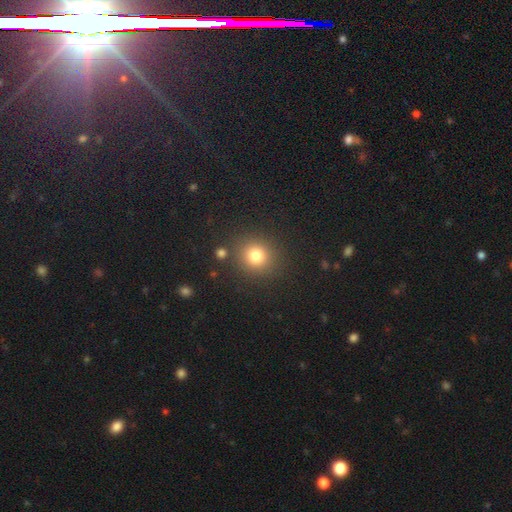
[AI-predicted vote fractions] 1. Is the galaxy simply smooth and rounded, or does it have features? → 79% smooth, 14% star or artifact, 6% featured or disk.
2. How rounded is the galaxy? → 89% round, 10% in between, 1% cigar-shaped.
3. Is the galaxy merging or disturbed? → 86% none, 7% minor disturbance, 4% merger, 3% major disturbance.